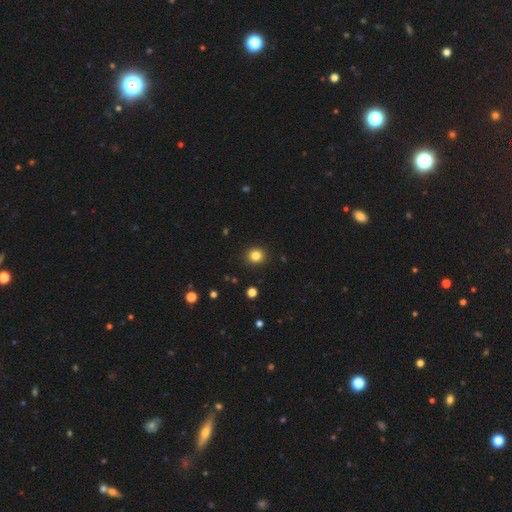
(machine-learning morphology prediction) Overall: smooth (83%). How rounded: round (82%). Merging: none (91%).